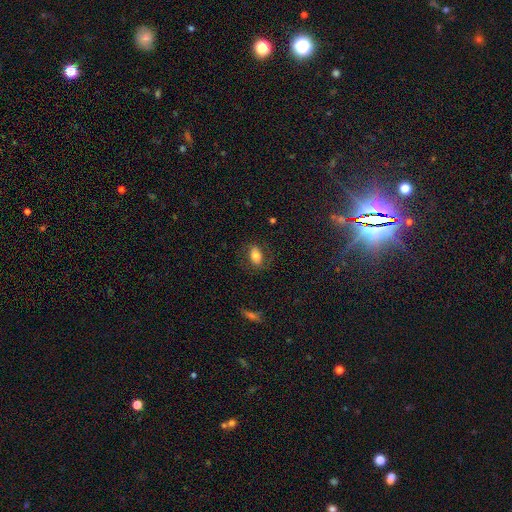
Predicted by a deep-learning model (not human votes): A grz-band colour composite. It shows a smooth galaxy with no disk features (74%) that is in between round and cigar-shaped (88%). Merging: none (75%).